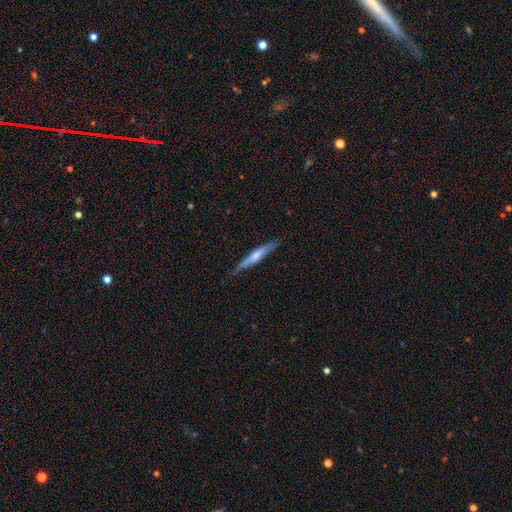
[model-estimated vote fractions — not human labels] A featured or disk galaxy (49%).

Vote fractions:
- Smooth or featured? featured or disk: 49% / smooth: 45% / star or artifact: 5%
- Merging? none: 81% / minor disturbance: 15% / major disturbance: 2% / merger: 1%